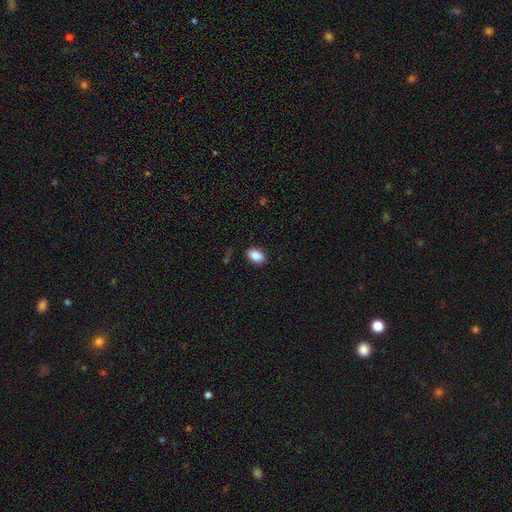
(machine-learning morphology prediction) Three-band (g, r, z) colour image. It shows a smooth galaxy with no disk features (89%) that is in between round and cigar-shaped (90%). Merging: none (87%).